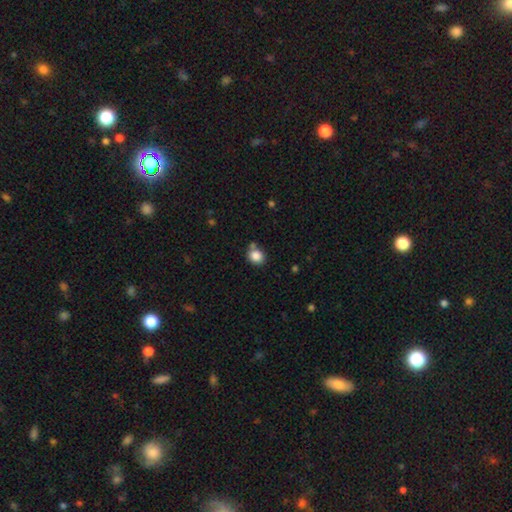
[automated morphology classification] smooth-or-featured: smooth: 86% | star or artifact: 10% | featured or disk: 4%
  how-rounded: round: 72% | in between: 27% | cigar-shaped: 1%
  merging: none: 70% | minor disturbance: 14% | merger: 13% | major disturbance: 4%